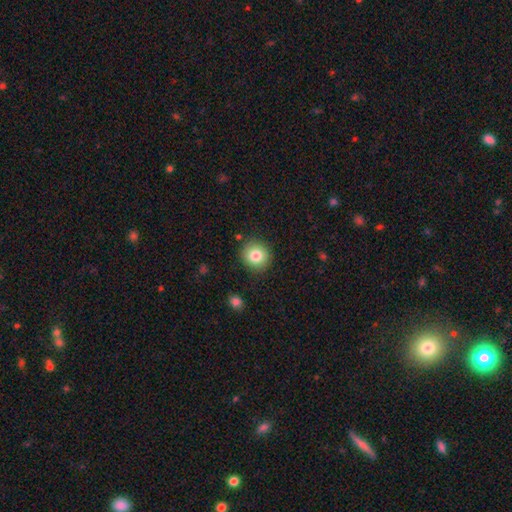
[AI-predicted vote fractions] smooth 82%, star or artifact 10%, featured or disk 8%. Down the decision tree: how rounded — round (88%); merging — none (88%).